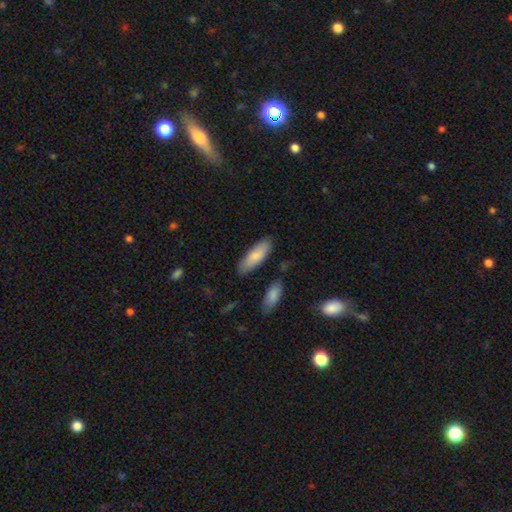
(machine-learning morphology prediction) This is clearly a smooth galaxy (82%). How rounded: likely in between (64%). Merging: clearly none (80%).